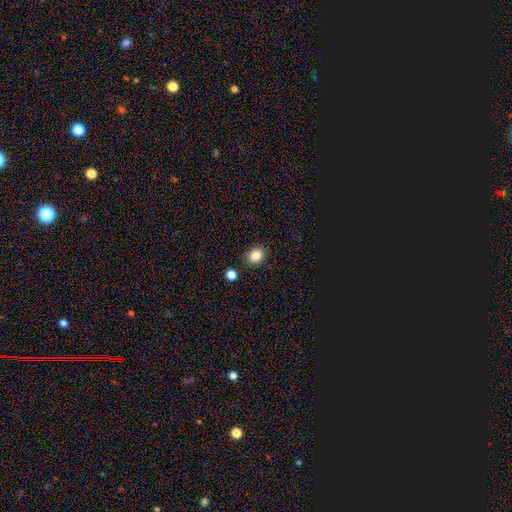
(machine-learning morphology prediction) smooth_or_featured: smooth (p=0.84) [alt: star or artifact p=0.11]
how_rounded: round (p=0.59) [alt: in between p=0.40]
merging: none (p=0.83) [alt: minor disturbance p=0.10]